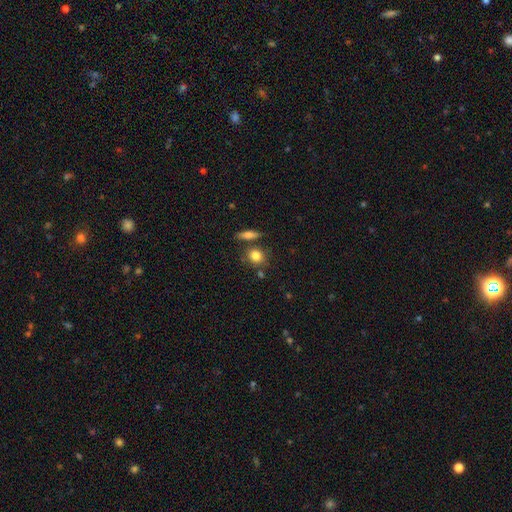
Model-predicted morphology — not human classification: smooth 82%, star or artifact 9%, featured or disk 9%. Down the decision tree: how rounded — round (72%); merging — none (70%).